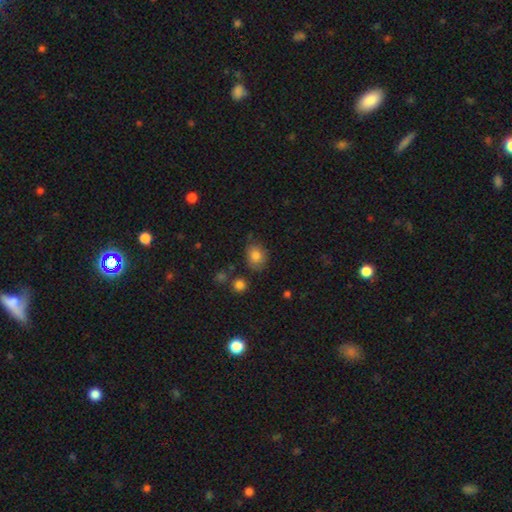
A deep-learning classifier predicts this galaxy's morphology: type=smooth (82%); roundness=round (50%); merging=none (71%).